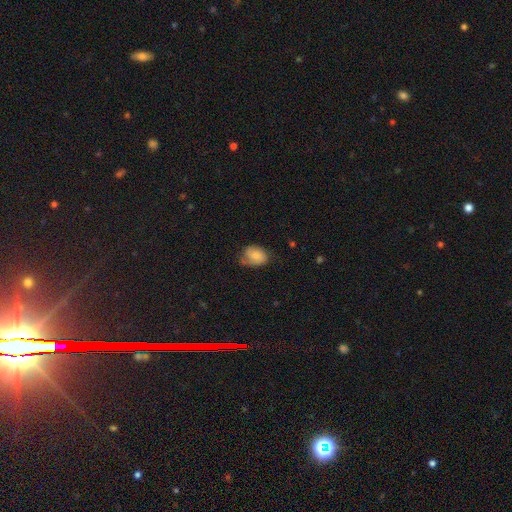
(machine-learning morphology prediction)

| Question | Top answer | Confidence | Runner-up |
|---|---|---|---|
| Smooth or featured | smooth | 74% | featured or disk (18%) |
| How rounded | in between | 73% | round (26%) |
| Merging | none | 53% | minor disturbance (34%) |